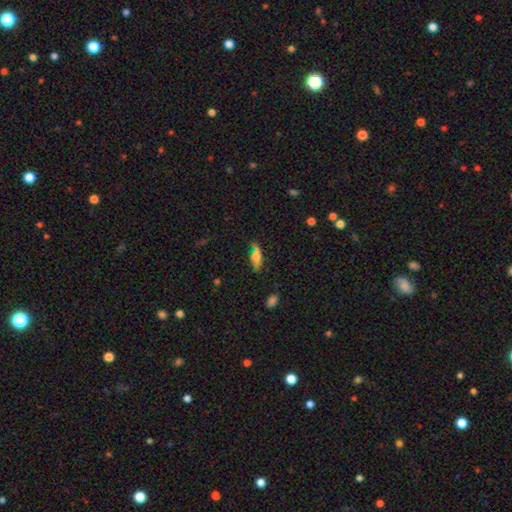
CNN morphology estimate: smooth_or_featured: smooth (p=0.71) [alt: featured or disk p=0.18]
how_rounded: in between (p=0.57) [alt: cigar-shaped p=0.40]
merging: none (p=0.56) [alt: minor disturbance p=0.27]